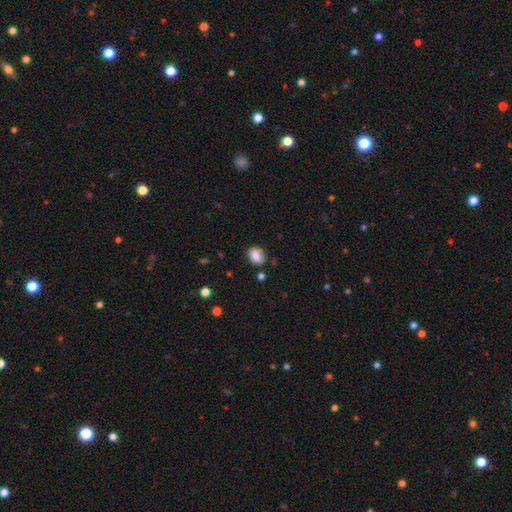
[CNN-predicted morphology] A smooth galaxy with no disk features (83%) that is in between round and cigar-shaped (75%).

Vote fractions:
- Smooth or featured? smooth: 83% / star or artifact: 9% / featured or disk: 9%
- How rounded? in between: 75% / round: 24% / cigar-shaped: 1%
- Merging? none: 73% / minor disturbance: 19% / major disturbance: 4% / merger: 4%